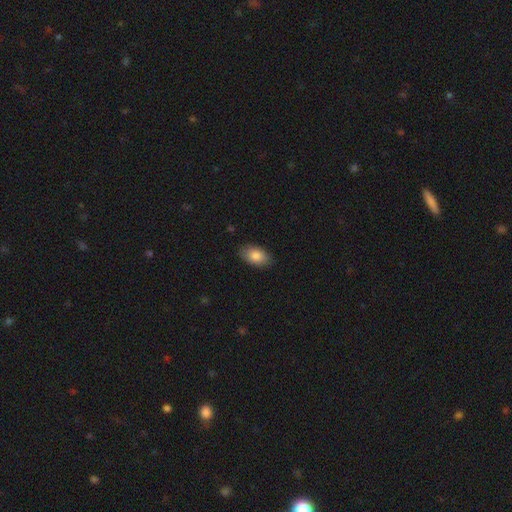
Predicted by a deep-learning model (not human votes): The model was most divided on "merging": none: 86%, minor disturbance: 11%, major disturbance: 2%, merger: 1%. More confident: how rounded — in between (93%); smooth or featured — smooth (85%).